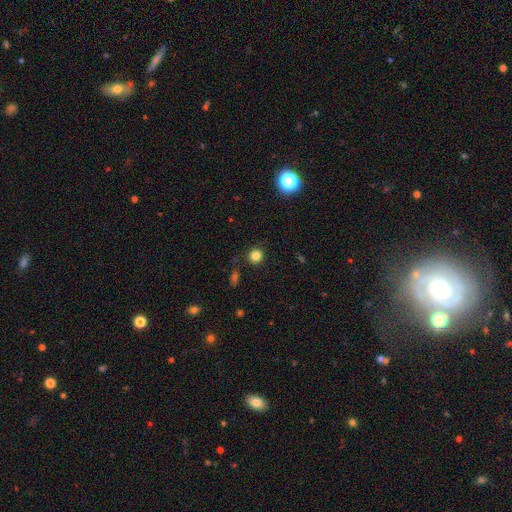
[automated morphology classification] This is clearly a smooth galaxy (82%). How rounded: clearly round (91%). Merging: clearly none (88%).